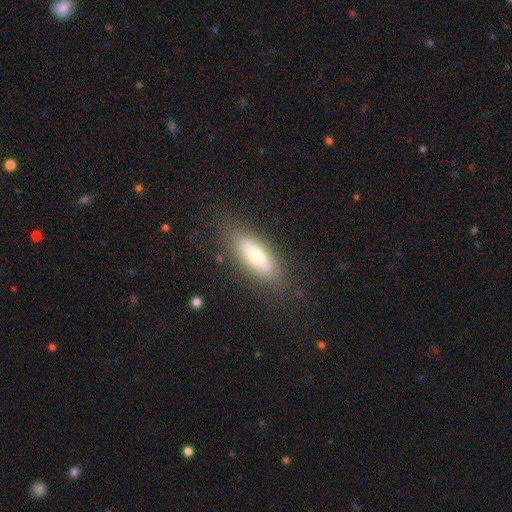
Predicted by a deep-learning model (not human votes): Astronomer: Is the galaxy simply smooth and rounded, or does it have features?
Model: smooth — 61%.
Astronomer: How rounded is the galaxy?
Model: in between — 71%.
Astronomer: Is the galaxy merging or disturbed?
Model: none — 81%.